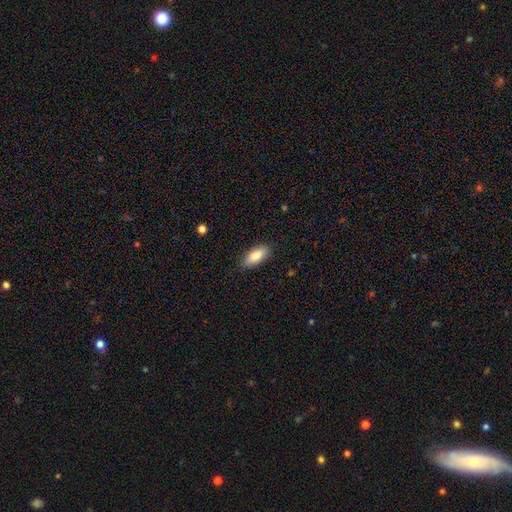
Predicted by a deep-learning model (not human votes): A smooth galaxy with no disk features (83%) that is in between round and cigar-shaped (78%). Merging: none (87%).